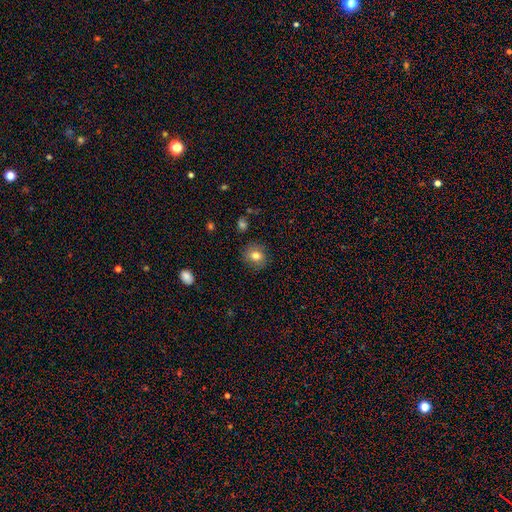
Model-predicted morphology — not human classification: smooth-or-featured: smooth: 78% | featured or disk: 11% | star or artifact: 10%
  how-rounded: round: 77% | in between: 22% | cigar-shaped: 1%
  merging: none: 85% | minor disturbance: 11% | major disturbance: 3% | merger: 1%